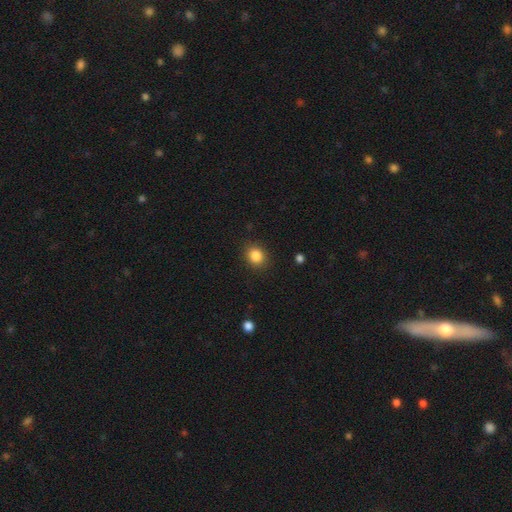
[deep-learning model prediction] Morphology: type=smooth (86%); roundness=round (70%); merging=none (88%).